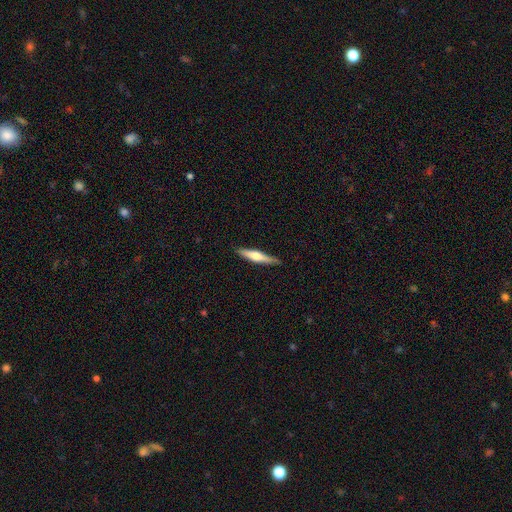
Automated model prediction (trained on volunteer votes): Morphology: type=featured or disk (50%); merging=none (87%).